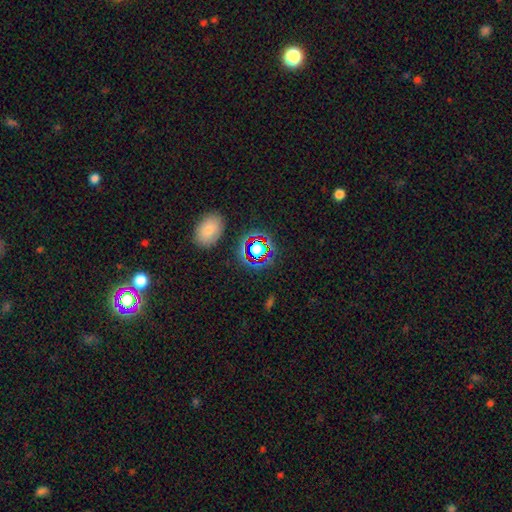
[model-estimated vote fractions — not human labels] Smooth or featured: star or artifact — 55% (smooth — 33%)